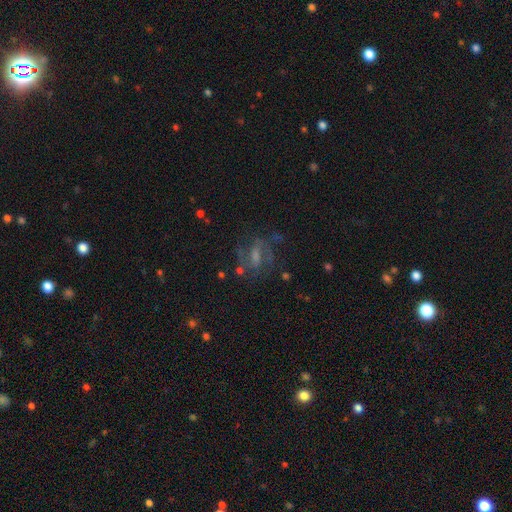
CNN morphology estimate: smooth-or-featured: featured or disk: 62% | star or artifact: 19% | smooth: 19%
  disk-edge-on: no: 93% | yes: 7%
    bar: weak: 46% | strong: 29% | no: 25%
    has-spiral-arms: yes: 81% | no: 19%
    bulge-size: small: 35% | moderate: 32% | none: 24% | large: 7% | dominant: 2%
  merging: none: 64% | minor disturbance: 17% | major disturbance: 16% | merger: 4%